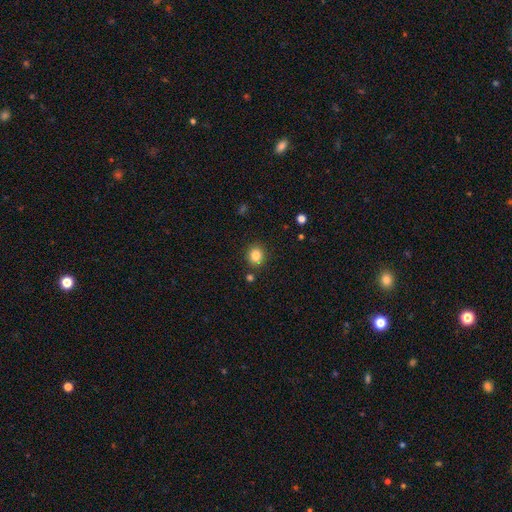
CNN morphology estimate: This is clearly a smooth galaxy (84%). How rounded: likely round (78%). Merging: clearly none (87%).